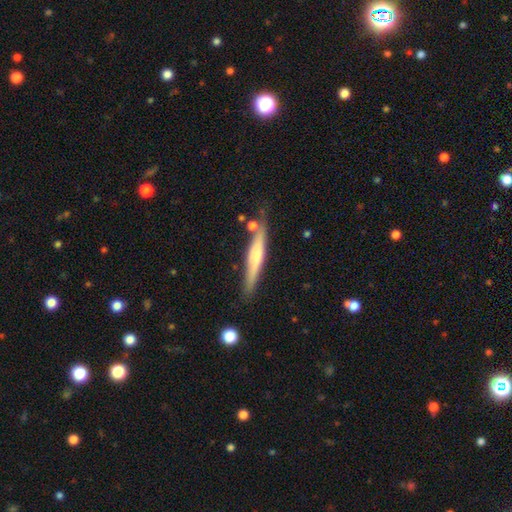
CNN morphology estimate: This is possibly a featured or disk galaxy (53%). It is clearly viewed edge-on (95%). Edge-on bulge: possibly rounded (60%). Merging: likely none (78%).